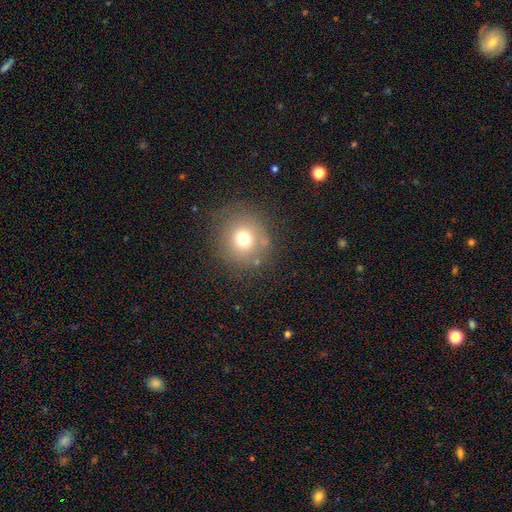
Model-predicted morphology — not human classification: smooth 61%, star or artifact 26%, featured or disk 13%. Down the decision tree: how rounded — round (93%); merging — none (90%).